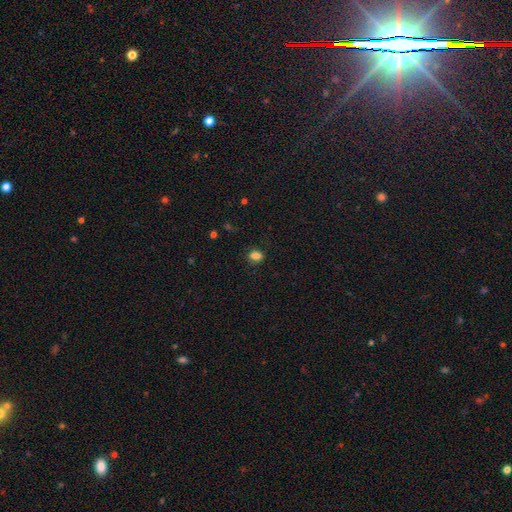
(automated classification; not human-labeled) Overall: smooth (82%). How rounded: in between (64%; round 34%). Merging: none (79%).